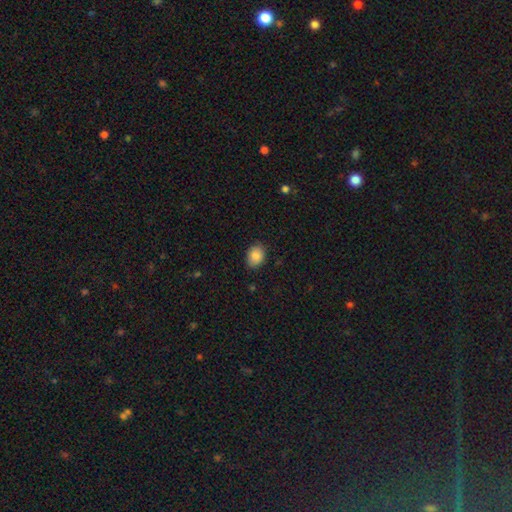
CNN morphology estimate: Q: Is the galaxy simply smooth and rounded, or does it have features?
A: smooth — 86%.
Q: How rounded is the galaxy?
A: in between — 70%.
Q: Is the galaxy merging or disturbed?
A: none — 86%.